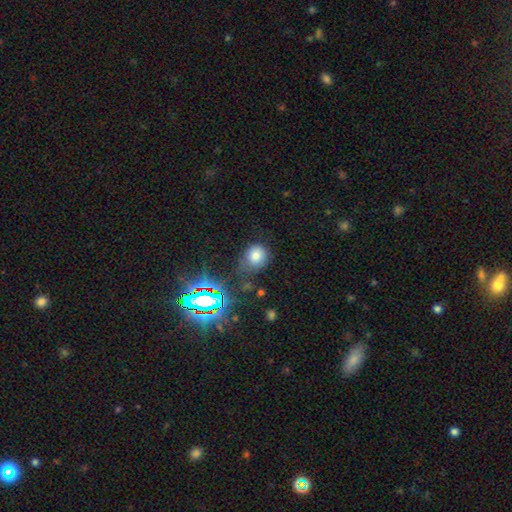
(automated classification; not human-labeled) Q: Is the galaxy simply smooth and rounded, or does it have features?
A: smooth — 73%.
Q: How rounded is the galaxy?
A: round — 72%.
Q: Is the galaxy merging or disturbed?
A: none — 61%.